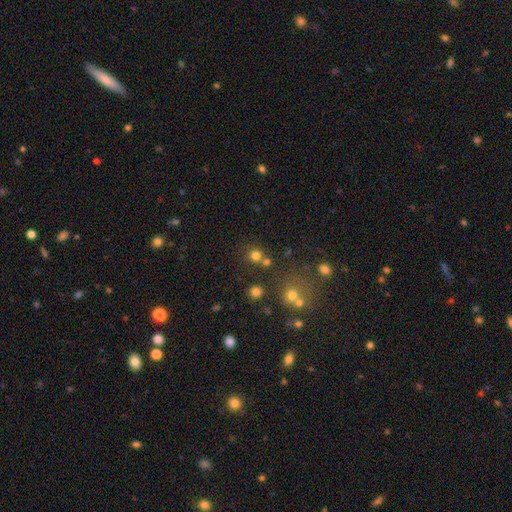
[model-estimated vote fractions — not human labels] Overall: smooth (75%). How rounded: round (90%). Merging: none (69%).